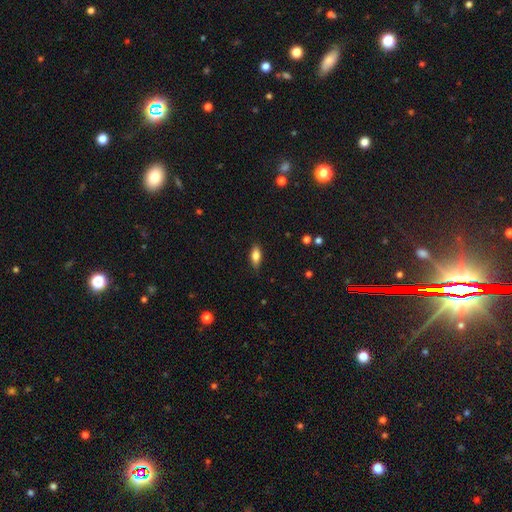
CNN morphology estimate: This is likely a smooth galaxy (77%). How rounded: clearly in between (80%). Merging: clearly none (86%).